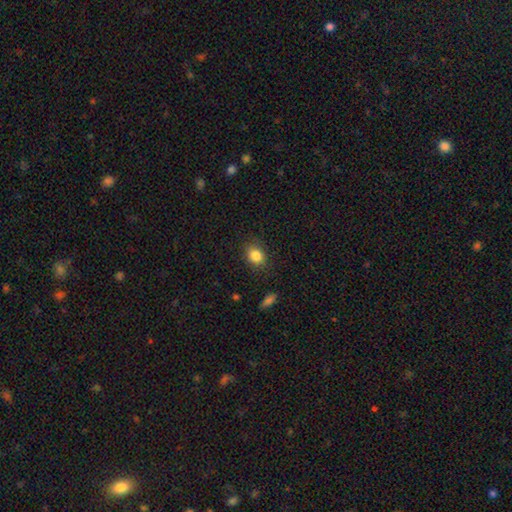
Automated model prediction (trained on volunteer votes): smooth-or-featured: smooth: 85% | star or artifact: 9% | featured or disk: 5%
  how-rounded: in between: 53% | round: 46% | cigar-shaped: 1%
  merging: none: 83% | minor disturbance: 13% | major disturbance: 3% | merger: 1%